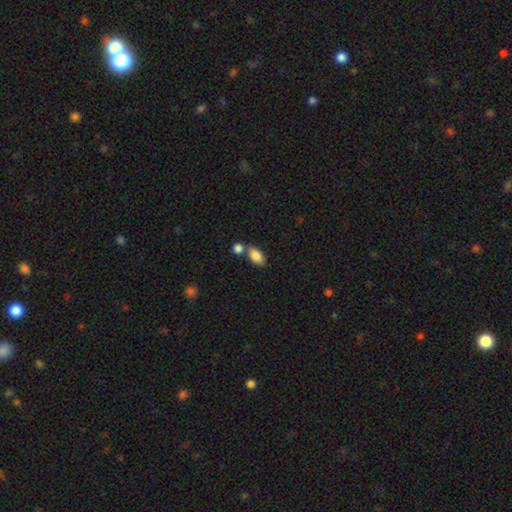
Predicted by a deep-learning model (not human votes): Smooth or featured?
  - smooth: 85% *
  - star or artifact: 8%
  - featured or disk: 7%
How rounded?
  - in between: 89% *
  - round: 8%
  - cigar-shaped: 3%
Merging?
  - none: 55% *
  - merger: 30%
  - minor disturbance: 12%
  - major disturbance: 4%